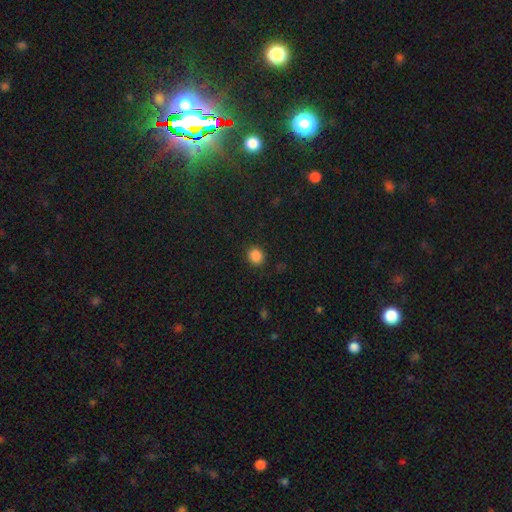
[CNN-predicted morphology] This appears to be a smooth galaxy with no disk features (86%) that is round (79%). Merging: none (89%).